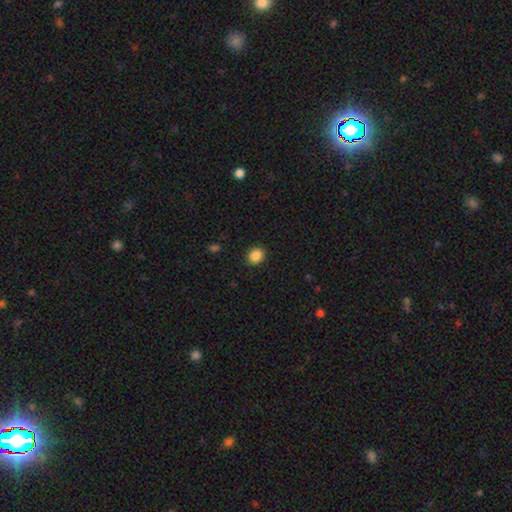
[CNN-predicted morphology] A smooth galaxy with no disk features (87%) that is round (66%).

Vote fractions:
- Smooth or featured? smooth: 87% / star or artifact: 10% / featured or disk: 3%
- How rounded? round: 66% / in between: 33% / cigar-shaped: 1%
- Merging? none: 91% / minor disturbance: 6% / major disturbance: 2% / merger: 1%